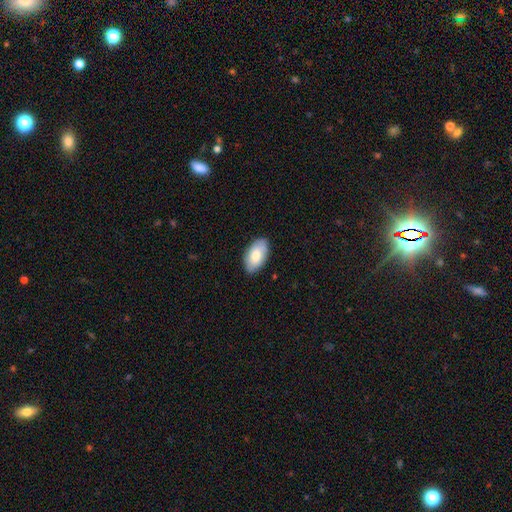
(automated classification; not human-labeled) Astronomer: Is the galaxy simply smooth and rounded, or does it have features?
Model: smooth — 75%.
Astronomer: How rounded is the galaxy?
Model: in between — 95%.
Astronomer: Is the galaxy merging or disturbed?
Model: none — 84%.